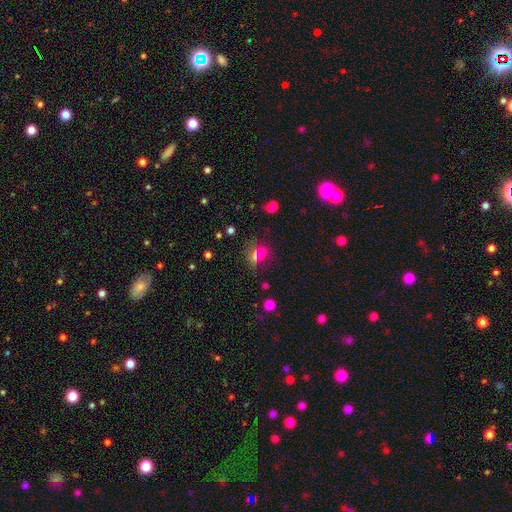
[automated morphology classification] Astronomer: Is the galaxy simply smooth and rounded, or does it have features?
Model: smooth — 59%.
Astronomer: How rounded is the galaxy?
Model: round — 50% (runner-up: in between, 45%).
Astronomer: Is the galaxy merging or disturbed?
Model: none — 64%.